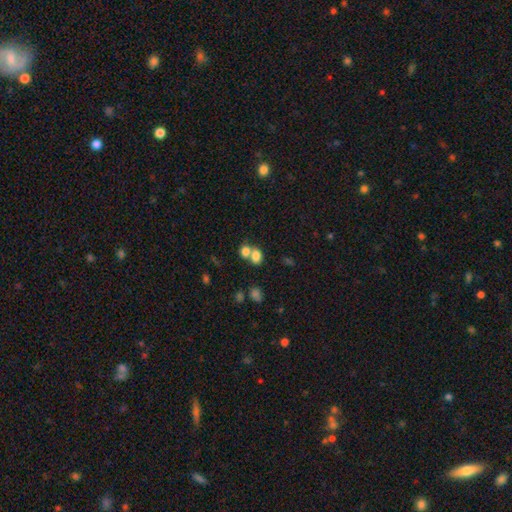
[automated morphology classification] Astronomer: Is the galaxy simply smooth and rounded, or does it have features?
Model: smooth — 78%.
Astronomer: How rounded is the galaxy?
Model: in between — 59% (runner-up: round, 40%).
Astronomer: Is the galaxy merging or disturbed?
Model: merger — 58%.